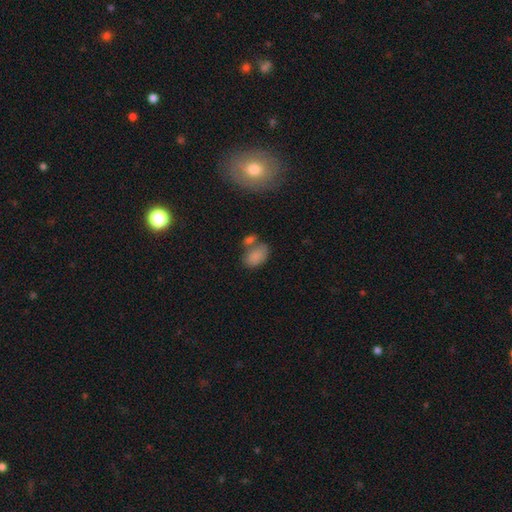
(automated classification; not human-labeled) smooth-or-featured: smooth: 83% | star or artifact: 9% | featured or disk: 8%
  how-rounded: in between: 89% | round: 10% | cigar-shaped: 2%
  merging: none: 43% | merger: 34% | minor disturbance: 16% | major disturbance: 7%